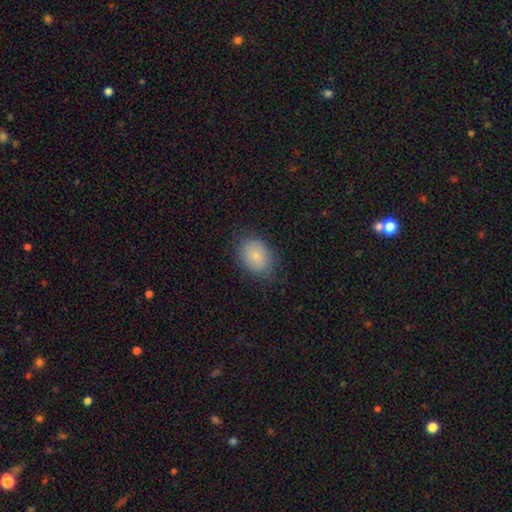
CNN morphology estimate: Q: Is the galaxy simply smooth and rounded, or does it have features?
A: smooth — 82%.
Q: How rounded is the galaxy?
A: in between — 67%.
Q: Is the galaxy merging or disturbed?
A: none — 79%.